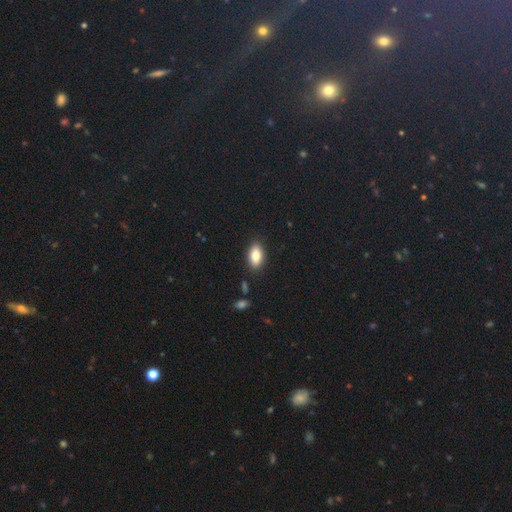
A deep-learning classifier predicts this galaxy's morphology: A smooth galaxy with no disk features (83%) that is in between round and cigar-shaped (89%).

Vote fractions:
- Smooth or featured? smooth: 83% / featured or disk: 10% / star or artifact: 7%
- How rounded? in between: 89% / cigar-shaped: 7% / round: 4%
- Merging? none: 86% / minor disturbance: 10% / major disturbance: 2% / merger: 2%